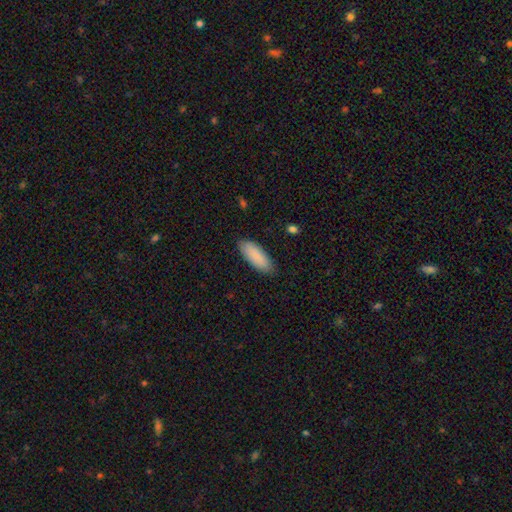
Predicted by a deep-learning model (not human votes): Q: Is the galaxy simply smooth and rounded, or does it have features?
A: smooth — 88%.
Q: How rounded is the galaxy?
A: in between — 73%.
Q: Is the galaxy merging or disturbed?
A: none — 87%.